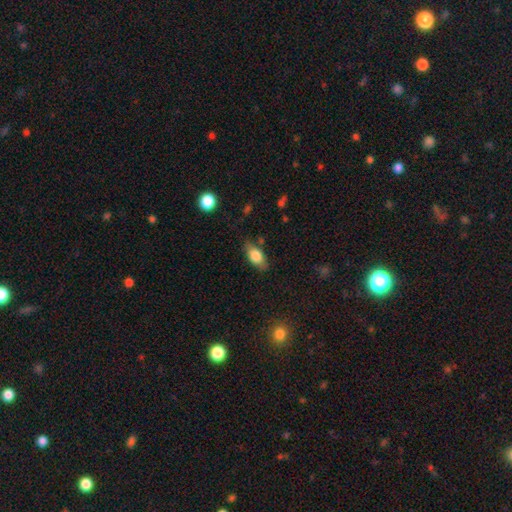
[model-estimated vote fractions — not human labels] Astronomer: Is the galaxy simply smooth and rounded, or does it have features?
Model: smooth — 76%.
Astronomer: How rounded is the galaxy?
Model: in between — 86%.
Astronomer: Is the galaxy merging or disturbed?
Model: none — 76%.